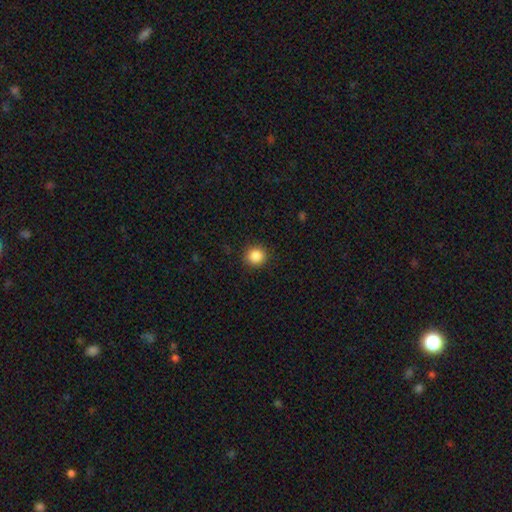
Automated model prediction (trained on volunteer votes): Overall: smooth (87%). How rounded: round (89%). Merging: none (90%).